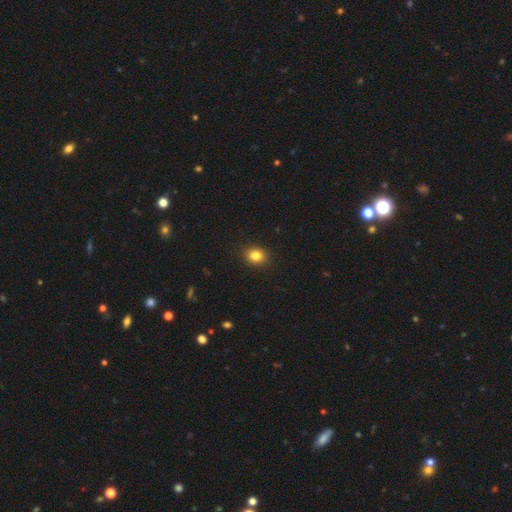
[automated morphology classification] Smooth or featured? smooth (84%)
How rounded? round (60%)
Merging? none (91%)